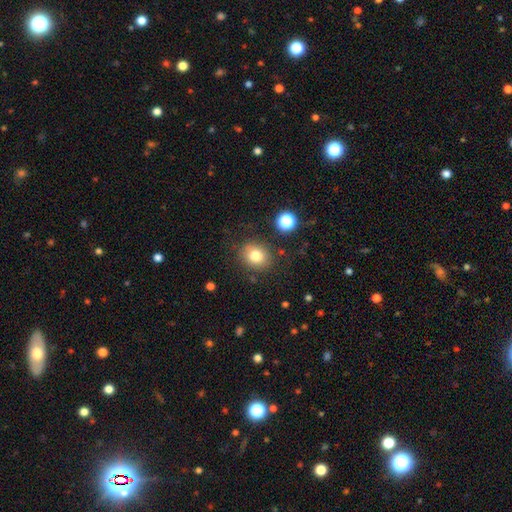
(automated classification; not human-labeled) This is likely a smooth galaxy (79%). How rounded: likely round (67%). Merging: clearly none (81%).